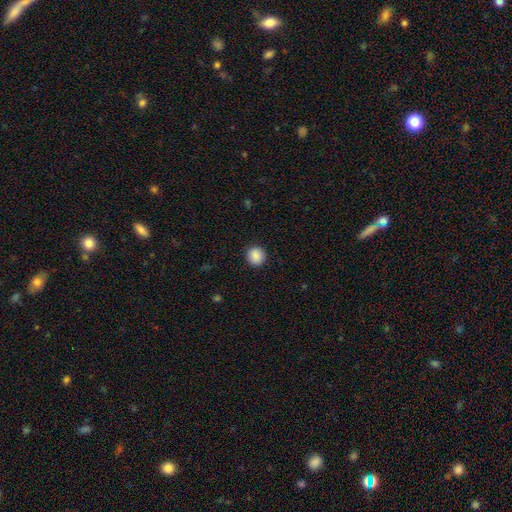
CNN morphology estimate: Smooth or featured? Predicted: smooth (p=0.89). How rounded? Predicted: round (p=0.92). Merging? Predicted: none (p=0.92).